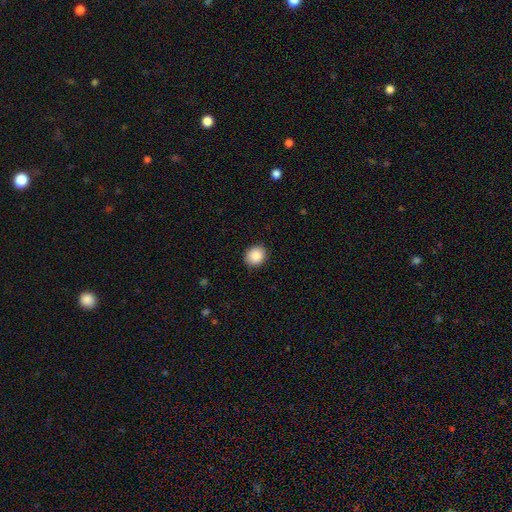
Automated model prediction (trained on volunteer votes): Smooth or featured? smooth (89%)
How rounded? round (76%)
Merging? none (88%)